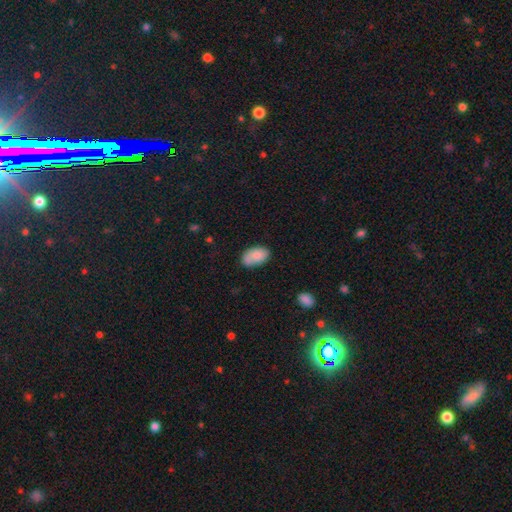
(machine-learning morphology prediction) type=smooth (80%); roundness=in between (93%); merging=none (64%).